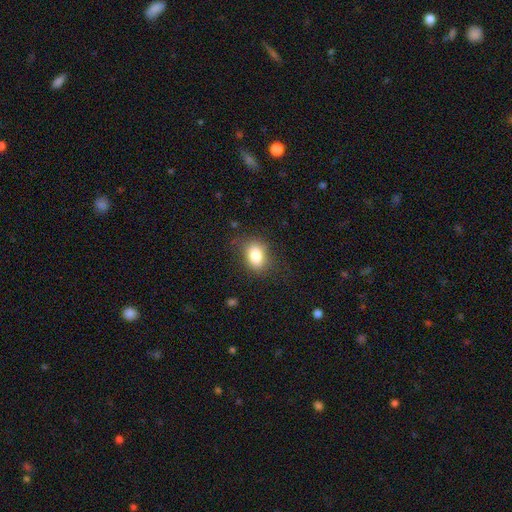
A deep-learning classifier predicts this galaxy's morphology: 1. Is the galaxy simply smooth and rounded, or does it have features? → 84% smooth, 9% star or artifact, 7% featured or disk.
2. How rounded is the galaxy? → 77% in between, 22% round, 1% cigar-shaped.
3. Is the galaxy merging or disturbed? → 76% none, 16% minor disturbance, 6% major disturbance, 1% merger.